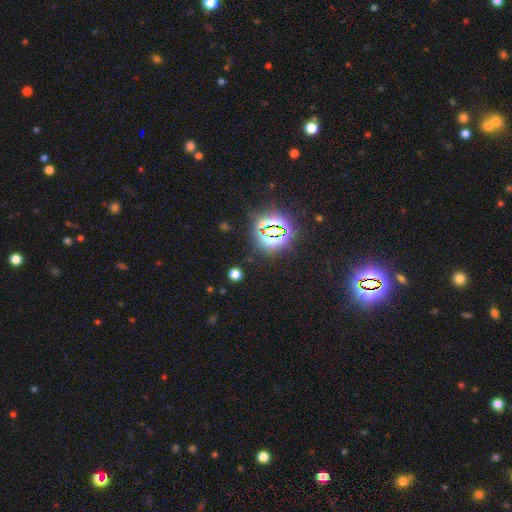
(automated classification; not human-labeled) The model was most divided on "smooth or featured": star or artifact: 81%, smooth: 12%, featured or disk: 7%.